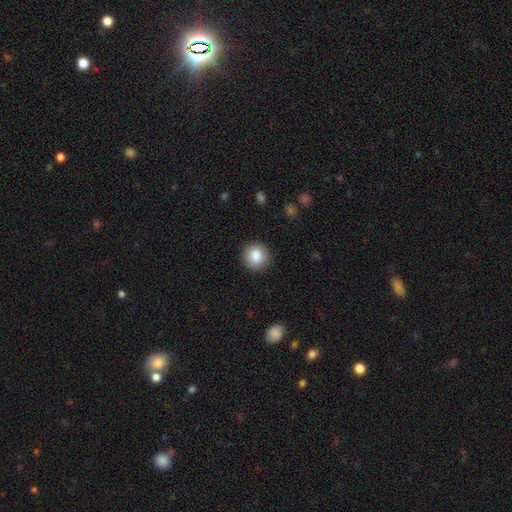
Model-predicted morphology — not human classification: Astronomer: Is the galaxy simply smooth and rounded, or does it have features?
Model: smooth — 85%.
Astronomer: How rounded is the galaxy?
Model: round — 89%.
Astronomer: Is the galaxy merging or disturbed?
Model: none — 90%.